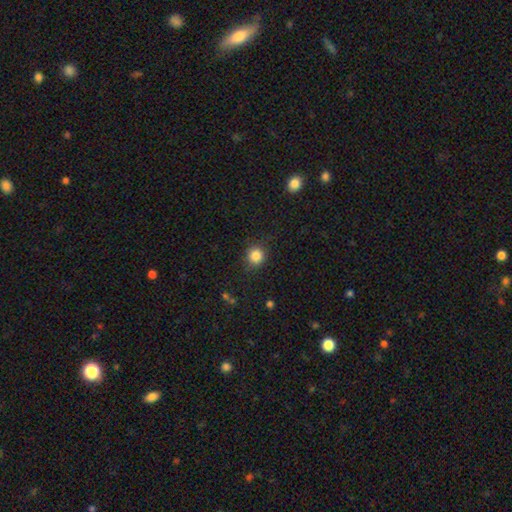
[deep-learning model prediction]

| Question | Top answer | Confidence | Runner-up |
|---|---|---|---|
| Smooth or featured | smooth | 85% | star or artifact (11%) |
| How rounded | round | 89% | in between (10%) |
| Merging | none | 86% | minor disturbance (10%) |